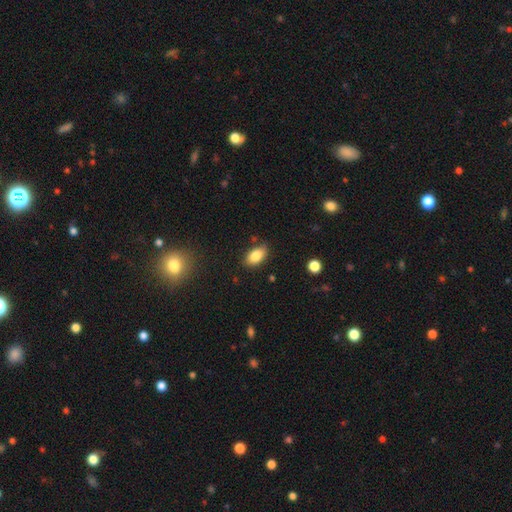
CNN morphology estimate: Smooth or featured? Predicted: smooth (p=0.84). How rounded? Predicted: in between (p=0.91). Merging? Predicted: none (p=0.80).